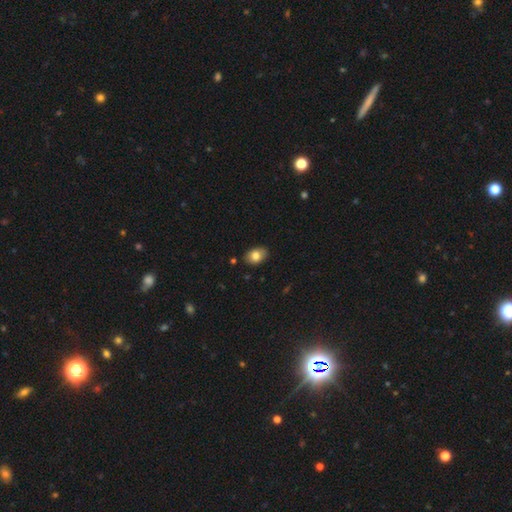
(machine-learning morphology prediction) Smooth or featured? Predicted: smooth (p=0.82). How rounded? Predicted: in between (p=0.80). Merging? Predicted: none (p=0.85).